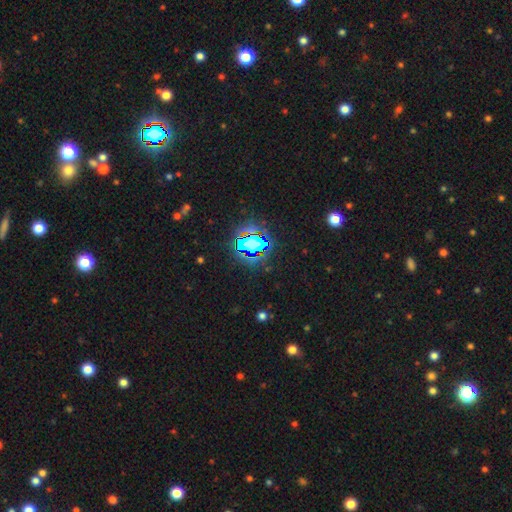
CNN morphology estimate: smooth_or_featured: star or artifact (p=0.81) [alt: smooth p=0.12]